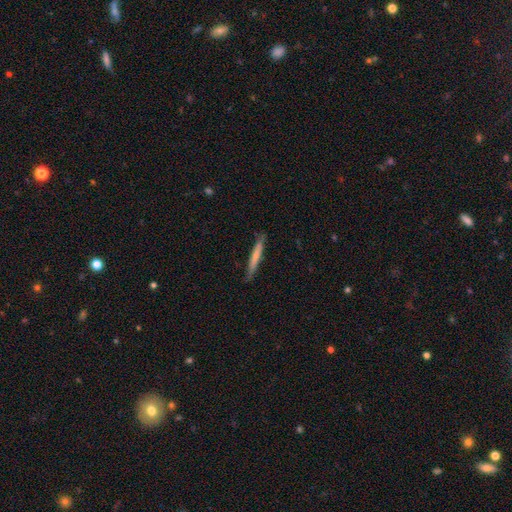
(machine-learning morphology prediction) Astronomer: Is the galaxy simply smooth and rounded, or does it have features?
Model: smooth — 62%.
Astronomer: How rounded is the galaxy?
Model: cigar-shaped — 95%.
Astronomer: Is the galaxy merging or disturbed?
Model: none — 81%.